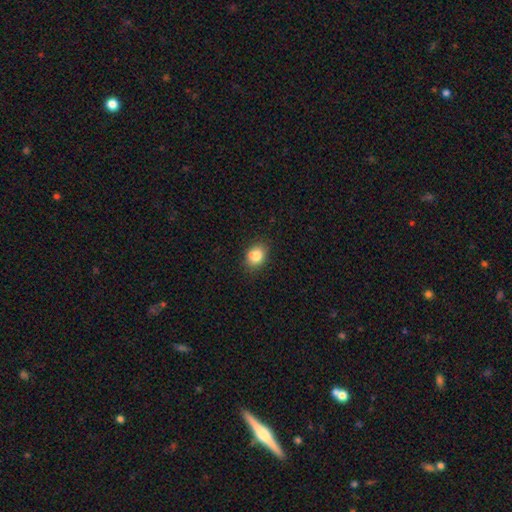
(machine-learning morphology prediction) smooth 83%, star or artifact 10%, featured or disk 7%. Down the decision tree: how rounded — in between (53%); merging — none (80%).